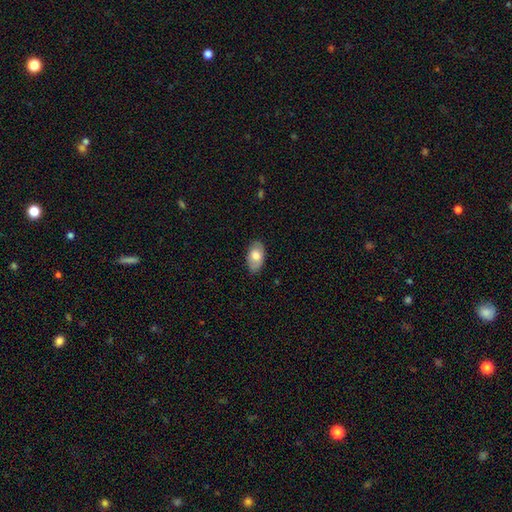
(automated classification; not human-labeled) Q: Smooth or featured?
A: smooth (75%); runner-up: featured or disk (19%)
Q: How rounded?
A: in between (94%); runner-up: round (4%)
Q: Merging?
A: none (82%); runner-up: minor disturbance (14%)